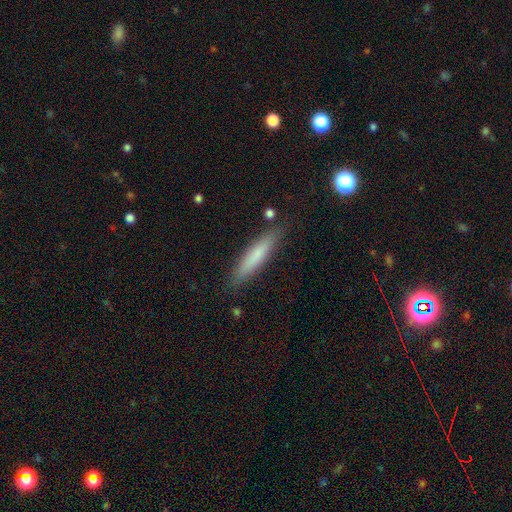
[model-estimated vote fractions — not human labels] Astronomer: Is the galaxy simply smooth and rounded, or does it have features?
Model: smooth — 70%.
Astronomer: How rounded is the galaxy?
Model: cigar-shaped — 88%.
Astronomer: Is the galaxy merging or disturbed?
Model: none — 86%.